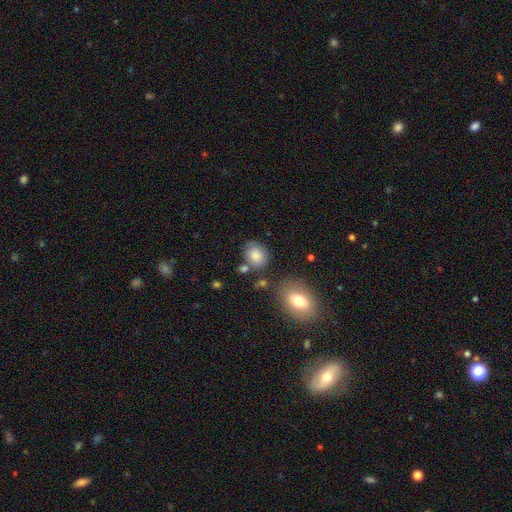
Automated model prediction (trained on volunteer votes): smooth_or_featured: smooth (p=0.84) [alt: star or artifact p=0.09]
how_rounded: in between (p=0.50) [alt: round p=0.49]
merging: none (p=0.68) [alt: minor disturbance p=0.18]